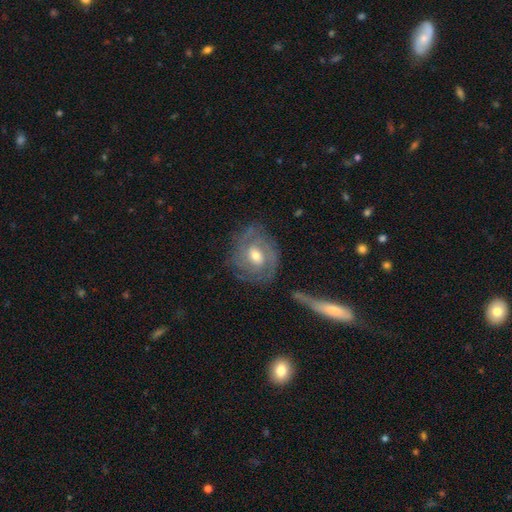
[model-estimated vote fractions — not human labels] Q: Smooth or featured?
A: featured or disk (77%); runner-up: smooth (17%)
Q: Edge-on disk?
A: no (96%); runner-up: yes (4%)
Q: Bar?
A: no (46%); runner-up: weak (43%)
Q: Spiral arms?
A: yes (88%); runner-up: no (12%)
Q: Spiral winding?
A: tight (60%); runner-up: medium (30%)
Q: Spiral arm count?
A: can't tell (33%); runner-up: 2 (32%)
Q: Bulge size?
A: moderate (68%); runner-up: small (26%)
Q: Merging?
A: none (70%); runner-up: minor disturbance (18%)